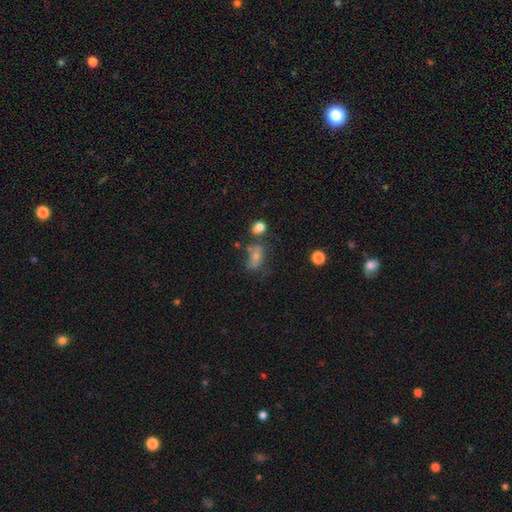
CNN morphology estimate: Smooth or featured? Predicted: smooth (p=0.42). Merging? Predicted: none (p=0.47).